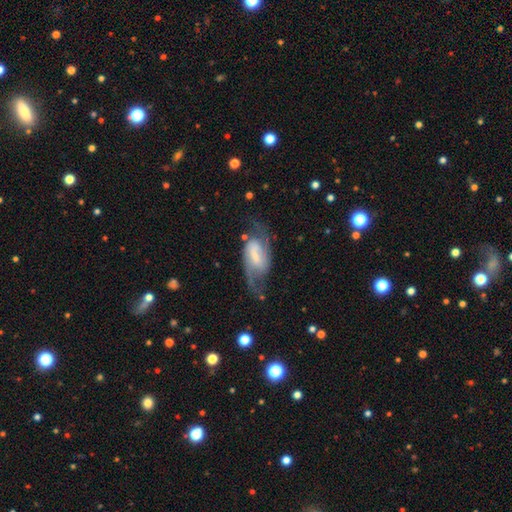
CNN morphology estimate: This appears to be a featured or disk galaxy (81%) with a weak bar (48%), 2 (89%) medium (49%) spiral arms (94%) and a small central bulge (42%). Merging: none (61%).